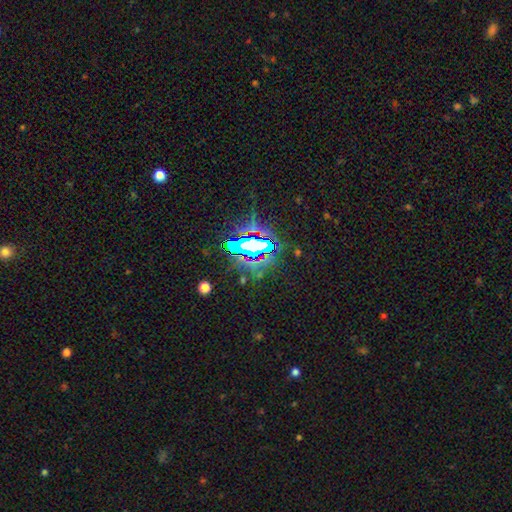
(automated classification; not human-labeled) The model was most divided on "smooth or featured": star or artifact: 79%, featured or disk: 11%, smooth: 11%.